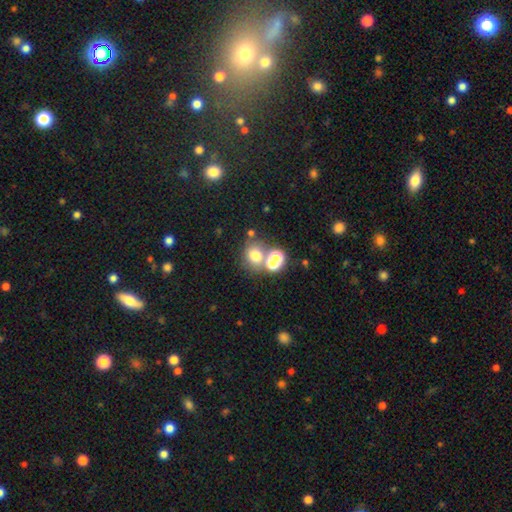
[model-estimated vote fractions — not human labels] Smooth or featured? Predicted: smooth (p=0.70). How rounded? Predicted: round (p=0.67). Merging? Predicted: none (p=0.53).